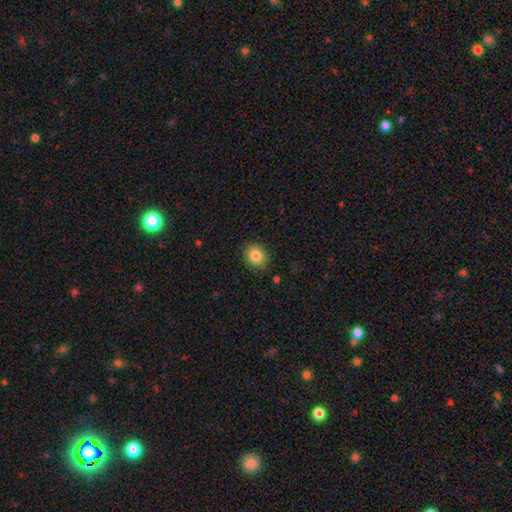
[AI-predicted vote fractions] A smooth galaxy with no disk features (84%) that is round (69%). Merging: none (88%).